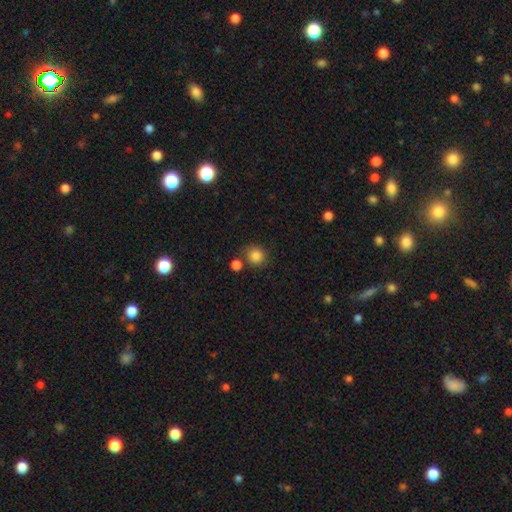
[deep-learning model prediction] Smooth or featured? Predicted: smooth (p=0.84). How rounded? Predicted: round (p=0.87). Merging? Predicted: none (p=0.71).